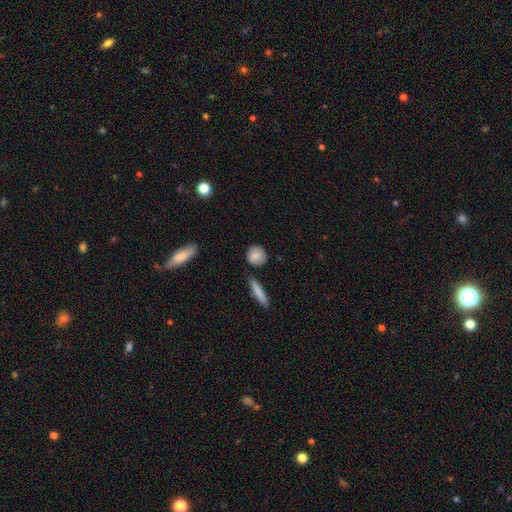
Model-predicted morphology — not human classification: This is clearly a smooth galaxy (86%). How rounded: likely round (79%). Merging: clearly none (82%).